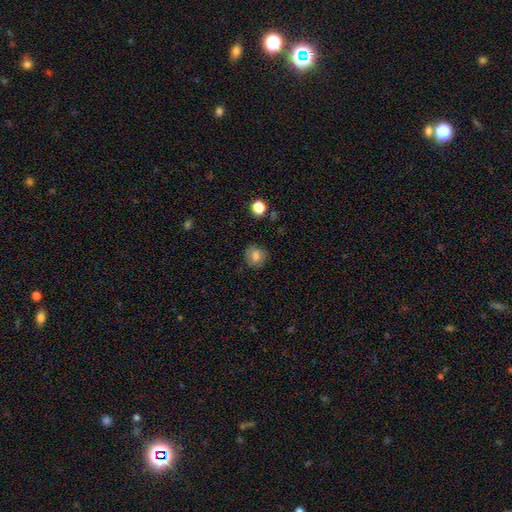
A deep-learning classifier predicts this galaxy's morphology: This appears to be a smooth galaxy with no disk features (78%) that is round (82%). Merging: none (81%).